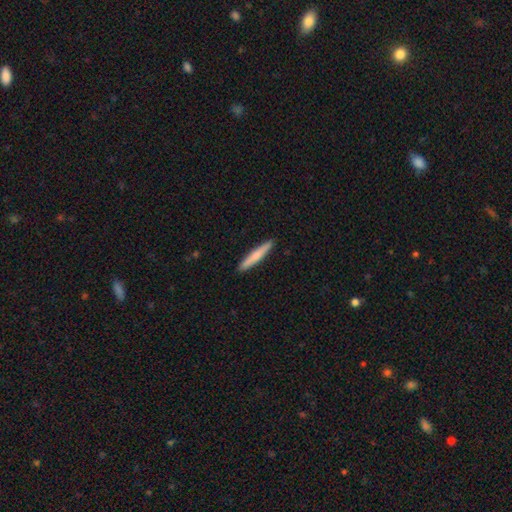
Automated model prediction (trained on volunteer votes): A smooth galaxy with no disk features (69%) that is cigar-shaped (95%). Merging: none (92%).